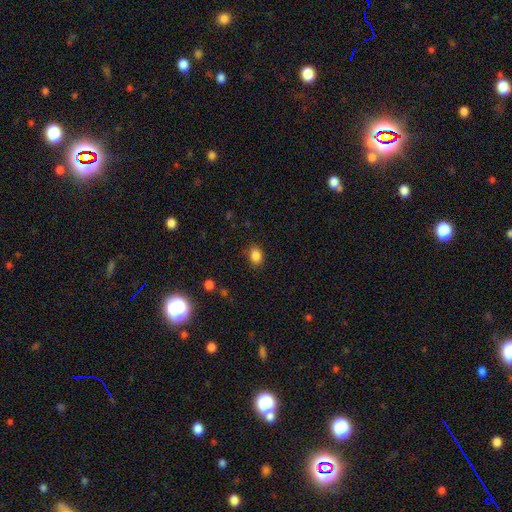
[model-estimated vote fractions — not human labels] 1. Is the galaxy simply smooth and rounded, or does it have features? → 85% smooth, 11% star or artifact, 4% featured or disk.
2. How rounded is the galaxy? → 69% in between, 29% round, 1% cigar-shaped.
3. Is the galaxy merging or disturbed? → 84% none, 12% minor disturbance, 3% major disturbance, 1% merger.